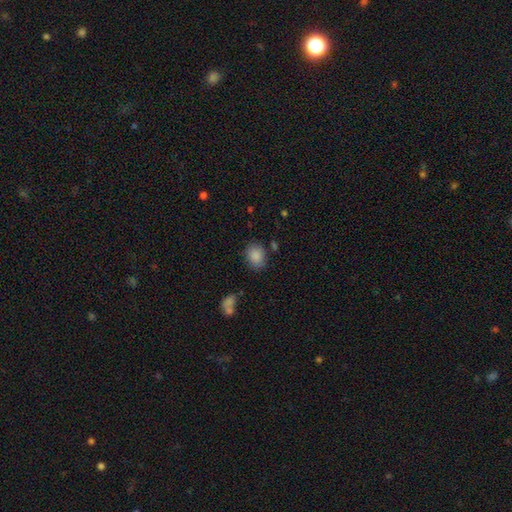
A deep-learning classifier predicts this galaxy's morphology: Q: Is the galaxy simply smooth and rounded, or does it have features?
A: smooth — 87%.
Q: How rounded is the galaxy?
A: in between — 51%.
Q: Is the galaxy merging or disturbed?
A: none — 77%.